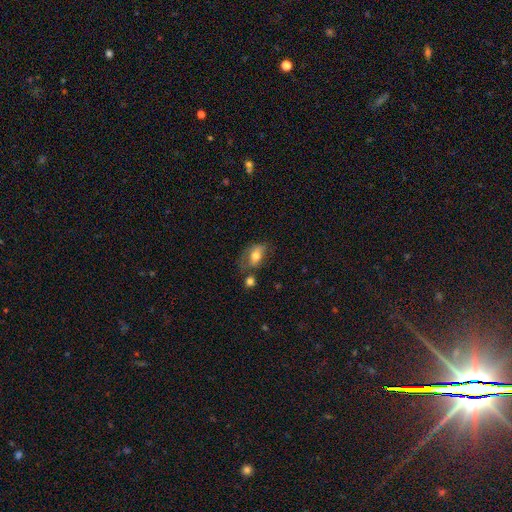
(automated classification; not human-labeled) A smooth galaxy with no disk features (66%) that is in between round and cigar-shaped (85%). Merging: none (43%).